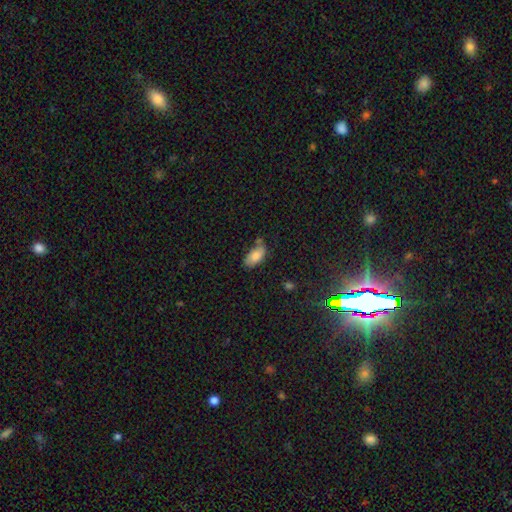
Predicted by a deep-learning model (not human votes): A smooth galaxy with no disk features (81%) that is in between round and cigar-shaped (92%).

Vote fractions:
- Smooth or featured? smooth: 81% / featured or disk: 11% / star or artifact: 8%
- How rounded? in between: 92% / cigar-shaped: 5% / round: 3%
- Merging? none: 52% / minor disturbance: 31% / merger: 9% / major disturbance: 9%